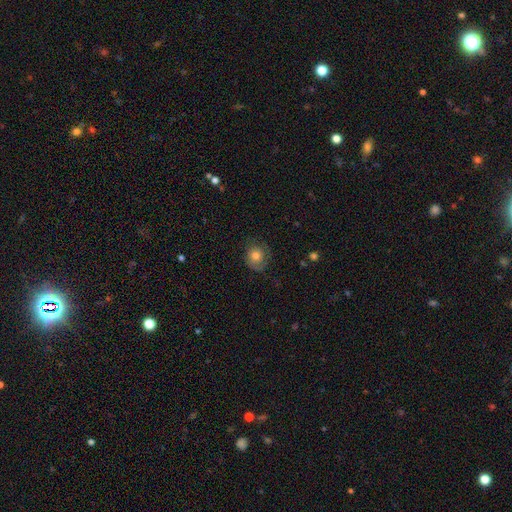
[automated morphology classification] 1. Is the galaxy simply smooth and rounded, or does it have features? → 68% smooth, 23% featured or disk, 9% star or artifact.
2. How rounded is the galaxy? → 83% round, 16% in between, 1% cigar-shaped.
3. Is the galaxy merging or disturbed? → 71% none, 19% minor disturbance, 9% major disturbance, 1% merger.